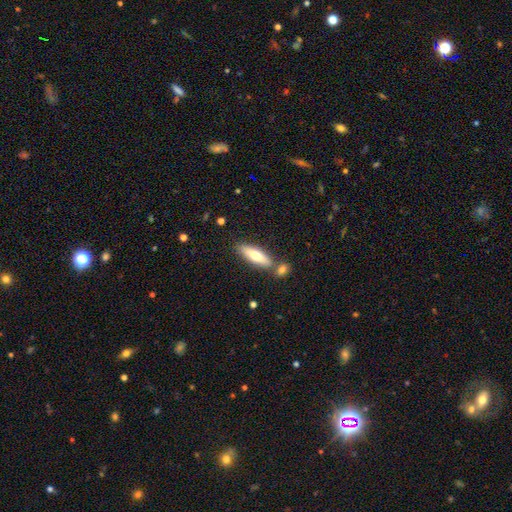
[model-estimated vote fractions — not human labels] Smooth or featured?
  - smooth: 64% *
  - featured or disk: 30%
  - star or artifact: 6%
How rounded?
  - cigar-shaped: 54% *
  - in between: 43%
  - round: 2%
Merging?
  - none: 72% *
  - merger: 15%
  - minor disturbance: 10%
  - major disturbance: 3%